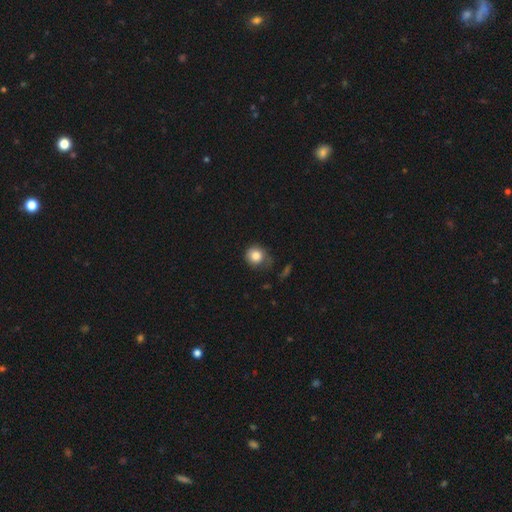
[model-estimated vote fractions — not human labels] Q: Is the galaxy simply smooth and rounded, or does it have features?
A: smooth — 83%.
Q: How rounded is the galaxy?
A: round — 88%.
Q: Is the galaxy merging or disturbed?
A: none — 61%.